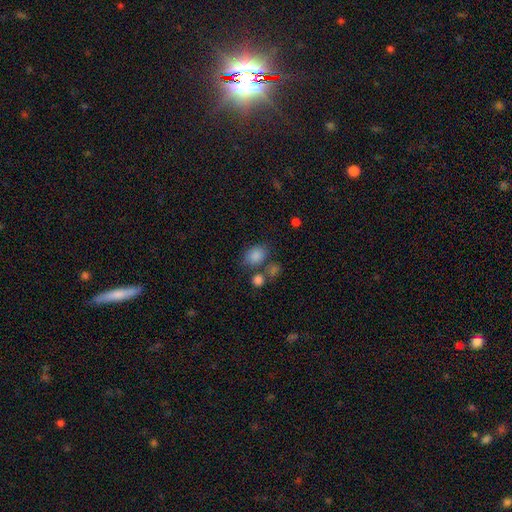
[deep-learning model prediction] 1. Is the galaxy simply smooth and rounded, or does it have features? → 83% smooth, 11% star or artifact, 6% featured or disk.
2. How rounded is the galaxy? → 64% in between, 34% round, 1% cigar-shaped.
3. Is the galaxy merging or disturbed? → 62% none, 18% merger, 15% minor disturbance, 6% major disturbance.